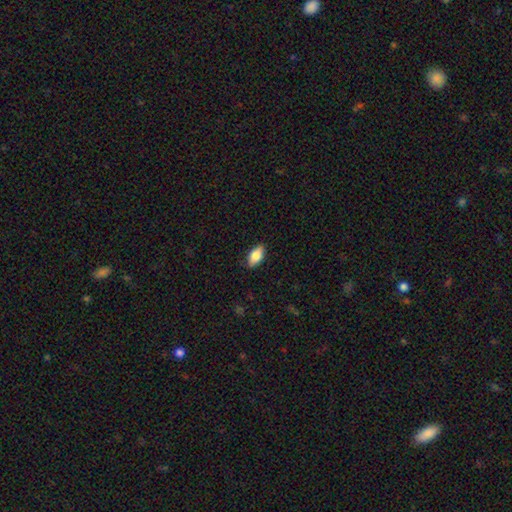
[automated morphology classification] Smooth or featured? Predicted: smooth (p=0.80). How rounded? Predicted: in between (p=0.89). Merging? Predicted: none (p=0.86).